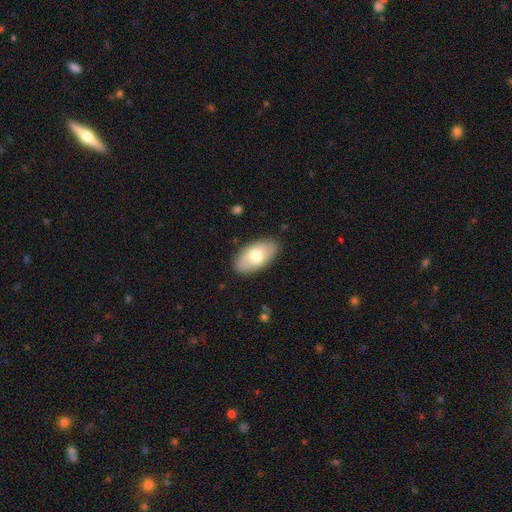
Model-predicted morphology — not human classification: smooth-or-featured: smooth: 62% | featured or disk: 32% | star or artifact: 6%
  how-rounded: in between: 95% | round: 3% | cigar-shaped: 2%
  merging: none: 84% | minor disturbance: 12% | major disturbance: 3% | merger: 1%